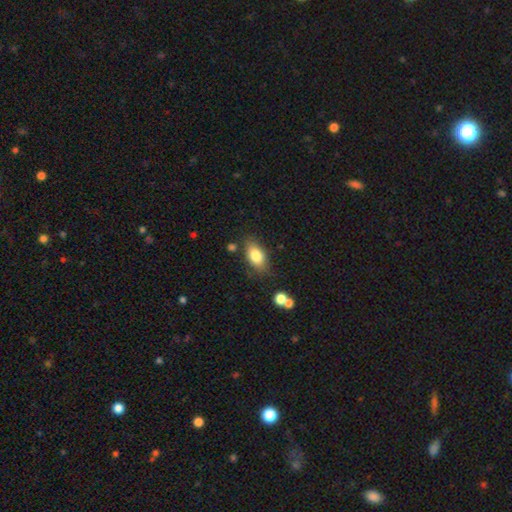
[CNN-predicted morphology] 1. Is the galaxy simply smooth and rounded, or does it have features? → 80% smooth, 12% featured or disk, 8% star or artifact.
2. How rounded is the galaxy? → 88% in between, 7% round, 5% cigar-shaped.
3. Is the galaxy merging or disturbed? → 74% none, 17% minor disturbance, 5% merger, 4% major disturbance.